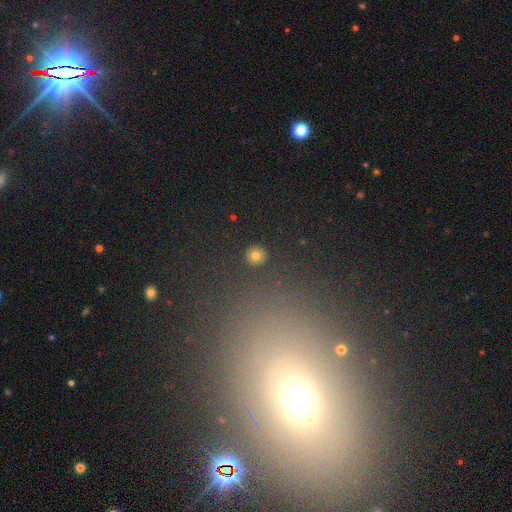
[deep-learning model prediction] The model was most divided on "smooth or featured": smooth: 79%, star or artifact: 14%, featured or disk: 6%. More confident: how rounded — round (94%); merging — none (92%).